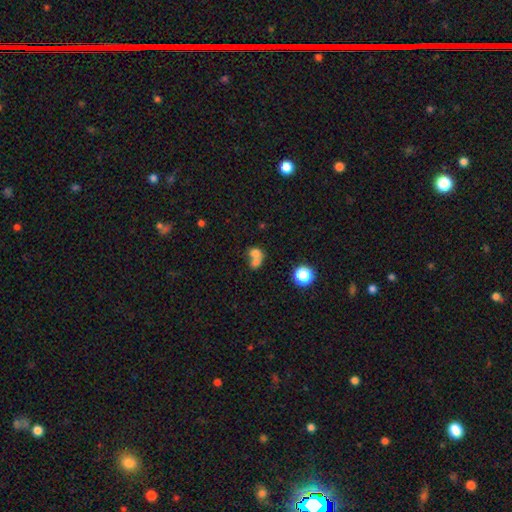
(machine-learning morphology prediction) smooth-or-featured: smooth: 70% | featured or disk: 17% | star or artifact: 13%
  how-rounded: round: 53% | in between: 46% | cigar-shaped: 1%
  merging: merger: 69% | none: 20% | minor disturbance: 6% | major disturbance: 5%